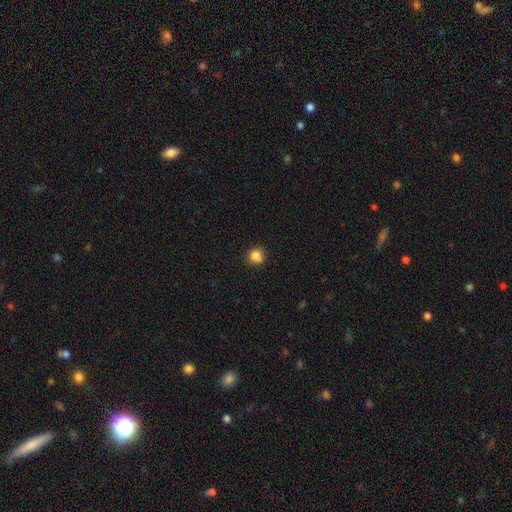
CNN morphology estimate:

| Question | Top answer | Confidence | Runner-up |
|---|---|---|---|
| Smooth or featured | smooth | 84% | star or artifact (11%) |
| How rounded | round | 84% | in between (15%) |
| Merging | none | 76% | minor disturbance (18%) |